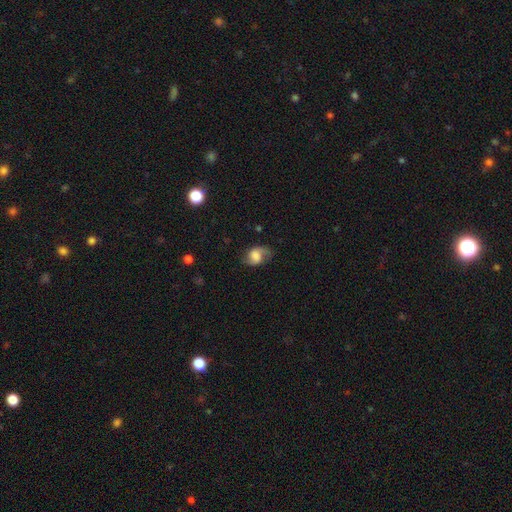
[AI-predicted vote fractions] This is possibly a smooth galaxy (51%). How rounded: likely in between (66%). Merging: possibly none (54%).